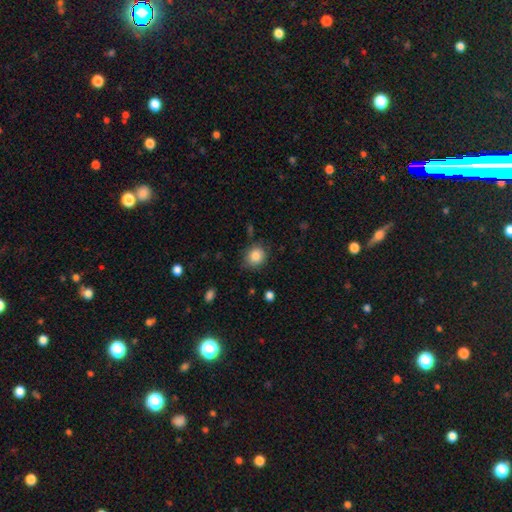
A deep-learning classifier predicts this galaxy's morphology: Smooth or featured?
  - smooth: 85% *
  - star or artifact: 9%
  - featured or disk: 6%
How rounded?
  - round: 80% *
  - in between: 20%
  - cigar-shaped: 1%
Merging?
  - none: 80% *
  - minor disturbance: 14%
  - major disturbance: 3%
  - merger: 2%